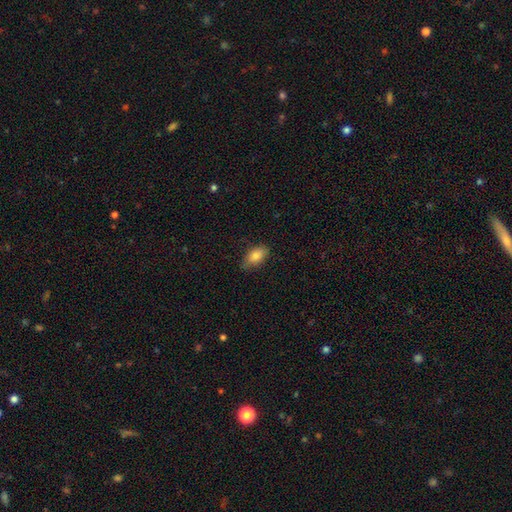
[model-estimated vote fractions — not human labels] Smooth or featured?
  - smooth: 82% *
  - featured or disk: 10%
  - star or artifact: 7%
How rounded?
  - in between: 92% *
  - round: 5%
  - cigar-shaped: 3%
Merging?
  - none: 76% *
  - minor disturbance: 20%
  - major disturbance: 3%
  - merger: 1%